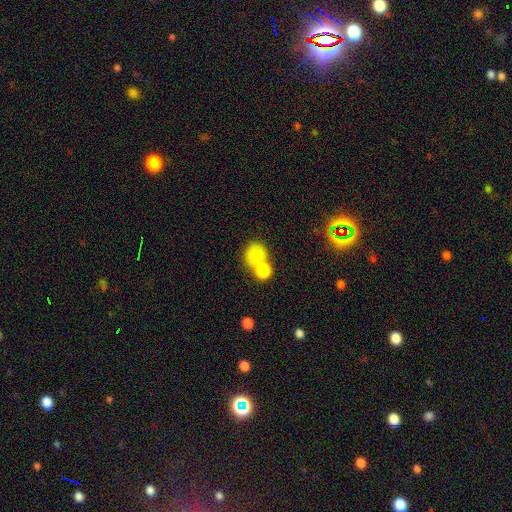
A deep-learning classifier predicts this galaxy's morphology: Smooth or featured? Predicted: smooth (p=0.78). How rounded? Predicted: round (p=0.69). Merging? Predicted: merger (p=0.45).